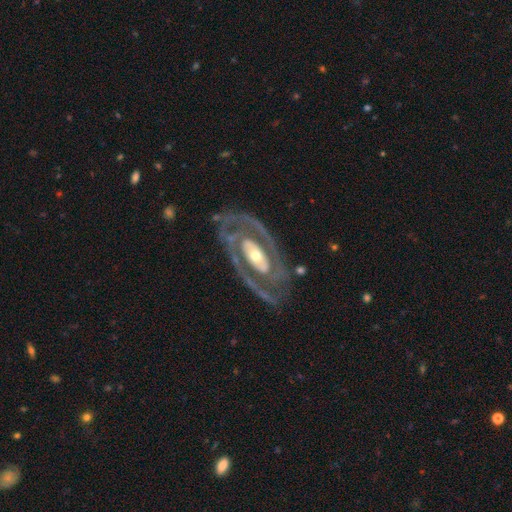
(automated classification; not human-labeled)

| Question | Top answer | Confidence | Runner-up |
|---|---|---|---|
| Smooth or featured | featured or disk | 88% | smooth (8%) |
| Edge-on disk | no | 94% | yes (6%) |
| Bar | no | 52% | strong (27%) |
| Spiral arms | yes | 82% | no (18%) |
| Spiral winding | tight | 56% | medium (33%) |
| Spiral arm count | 2 | 78% | can't tell (10%) |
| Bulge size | moderate | 54% | small (35%) |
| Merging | none | 77% | minor disturbance (13%) |